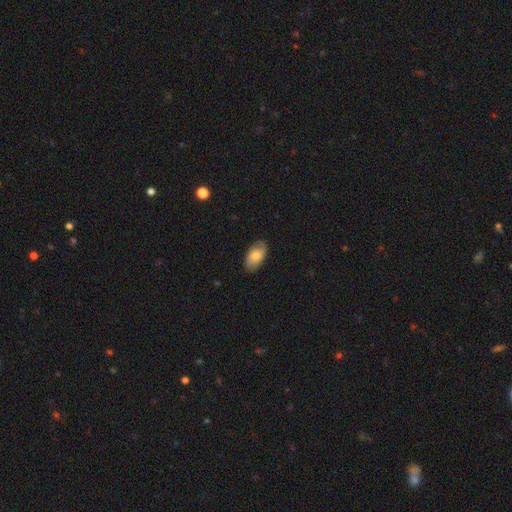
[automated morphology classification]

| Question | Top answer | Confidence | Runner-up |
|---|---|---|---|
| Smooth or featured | smooth | 73% | featured or disk (20%) |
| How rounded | in between | 94% | round (4%) |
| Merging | none | 83% | minor disturbance (13%) |